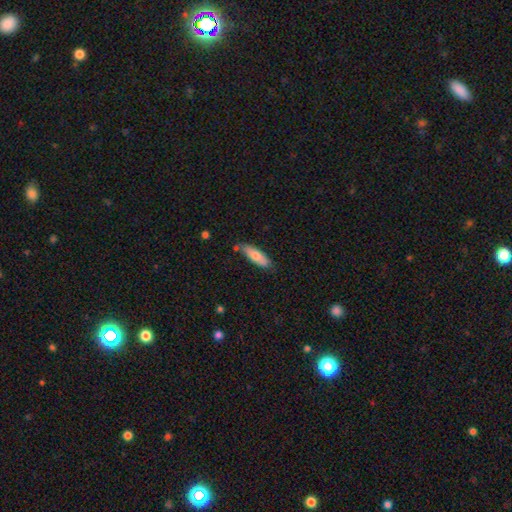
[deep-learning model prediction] Q: Smooth or featured?
A: smooth (73%); runner-up: featured or disk (21%)
Q: How rounded?
A: in between (53%); runner-up: cigar-shaped (45%)
Q: Merging?
A: none (72%); runner-up: minor disturbance (20%)